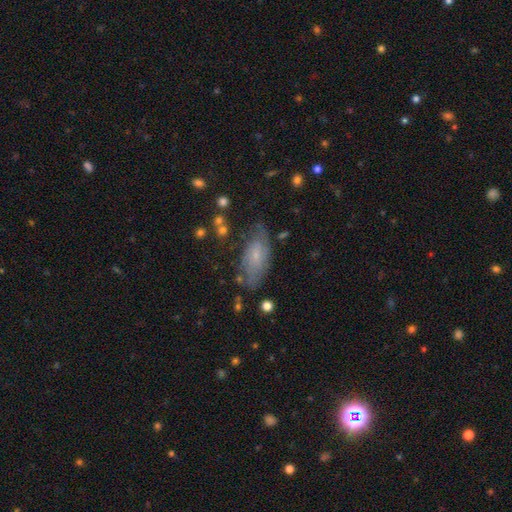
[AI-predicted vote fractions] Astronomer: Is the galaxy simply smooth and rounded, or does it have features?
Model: smooth — 49% (runner-up: featured or disk, 42%).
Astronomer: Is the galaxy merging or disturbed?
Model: none — 62%.